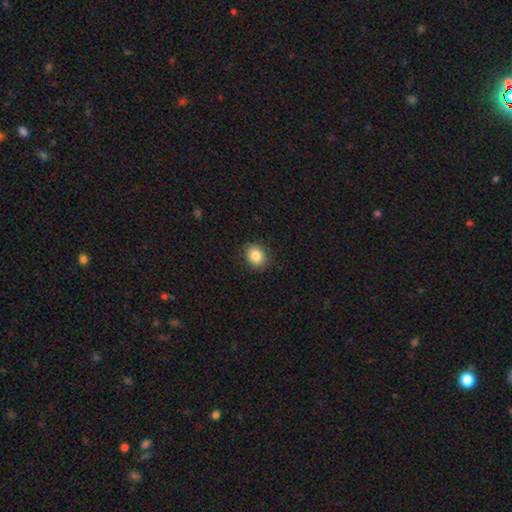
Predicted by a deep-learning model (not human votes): Smooth or featured?
  - smooth: 85% *
  - star or artifact: 9%
  - featured or disk: 6%
How rounded?
  - round: 59% *
  - in between: 41%
  - cigar-shaped: 1%
Merging?
  - none: 88% *
  - minor disturbance: 9%
  - major disturbance: 2%
  - merger: 1%